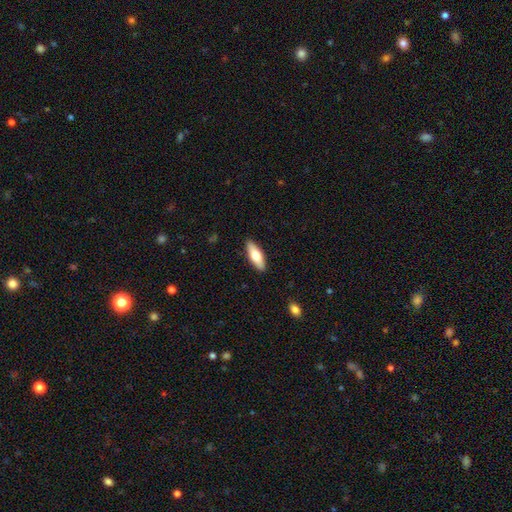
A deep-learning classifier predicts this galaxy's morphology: A smooth galaxy with no disk features (62%) that is in between round and cigar-shaped (53%).

Vote fractions:
- Smooth or featured? smooth: 62% / featured or disk: 33% / star or artifact: 5%
- How rounded? in between: 53% / cigar-shaped: 45% / round: 2%
- Merging? none: 89% / minor disturbance: 8% / major disturbance: 2% / merger: 1%